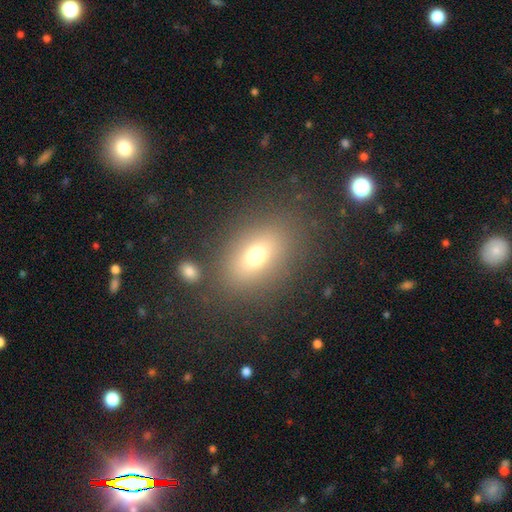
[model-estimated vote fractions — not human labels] Smooth or featured: smooth — 70% (featured or disk — 15%)
How rounded: in between — 74% (round — 23%)
Merging: none — 80% (minor disturbance — 10%)